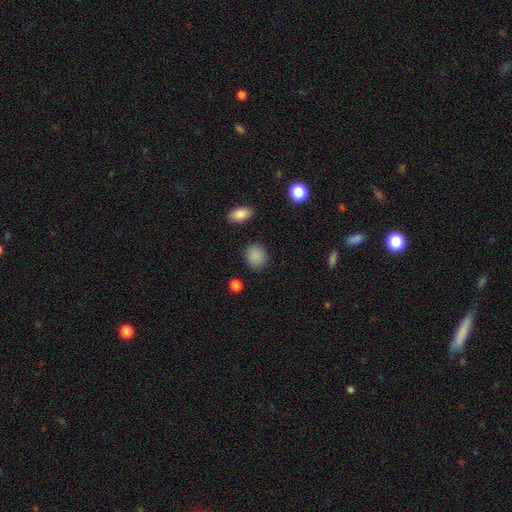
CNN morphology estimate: Overall: smooth (88%). How rounded: round (73%). Merging: none (86%).